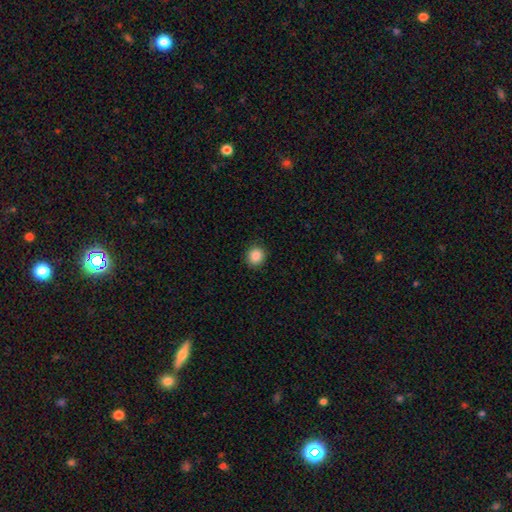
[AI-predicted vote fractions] This appears to be a smooth galaxy with no disk features (87%) that is round (86%). Merging: none (91%).